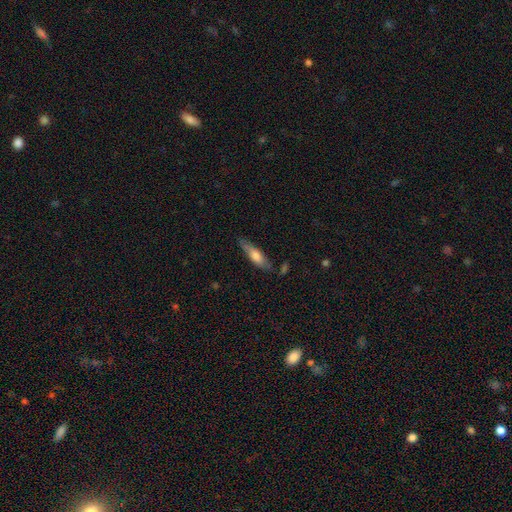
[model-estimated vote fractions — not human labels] Smooth or featured? Predicted: smooth (p=0.64). How rounded? Predicted: cigar-shaped (p=0.63). Merging? Predicted: none (p=0.68).